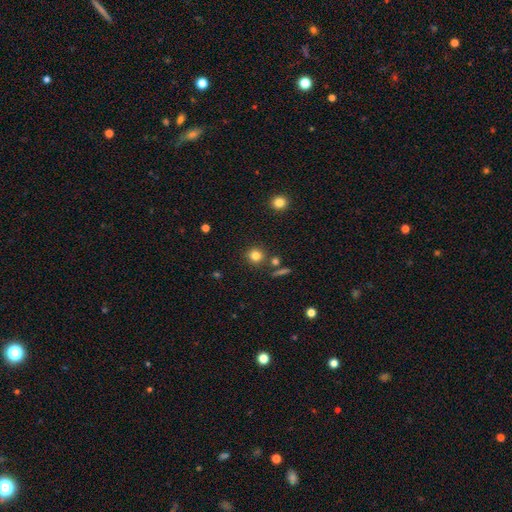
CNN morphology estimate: type=smooth (81%); roundness=round (90%); merging=none (84%).